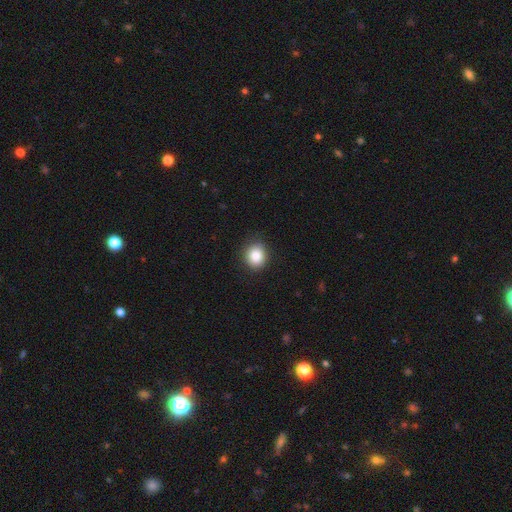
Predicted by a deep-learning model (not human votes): Smooth or featured: smooth — 86% (star or artifact — 9%)
How rounded: round — 76% (in between — 23%)
Merging: none — 86% (minor disturbance — 10%)